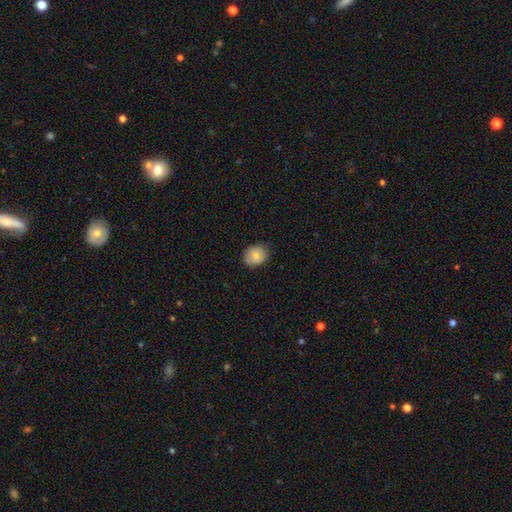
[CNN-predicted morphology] Overall: smooth (83%). How rounded: round (62%; in between 37%). Merging: none (82%).